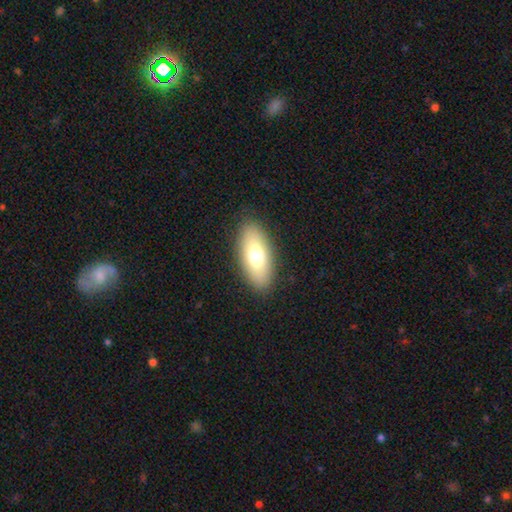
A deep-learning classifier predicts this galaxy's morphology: Smooth or featured? smooth (72%)
How rounded? in between (85%)
Merging? none (88%)